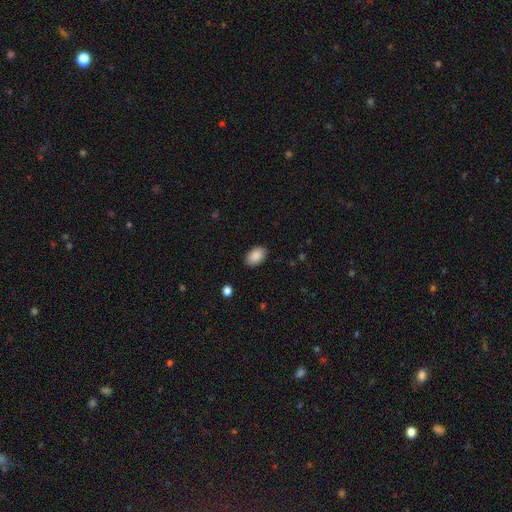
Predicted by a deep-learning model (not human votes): Smooth or featured? smooth (89%)
How rounded? in between (91%)
Merging? none (88%)